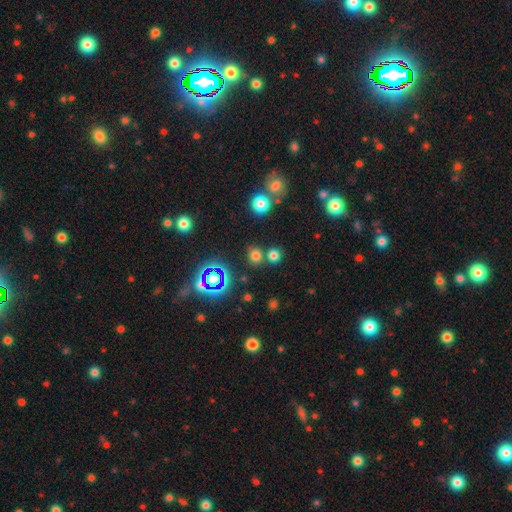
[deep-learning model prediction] Smooth or featured? Predicted: smooth (p=0.68). How rounded? Predicted: round (p=0.84). Merging? Predicted: none (p=0.75).